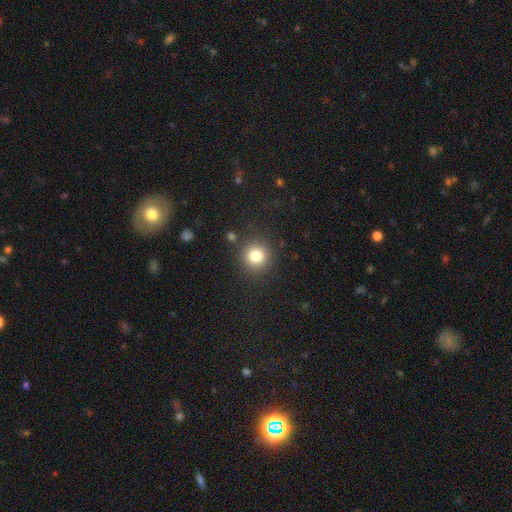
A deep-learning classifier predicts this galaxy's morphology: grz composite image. It shows a smooth galaxy with no disk features (81%) that is round (93%). Merging: none (88%).